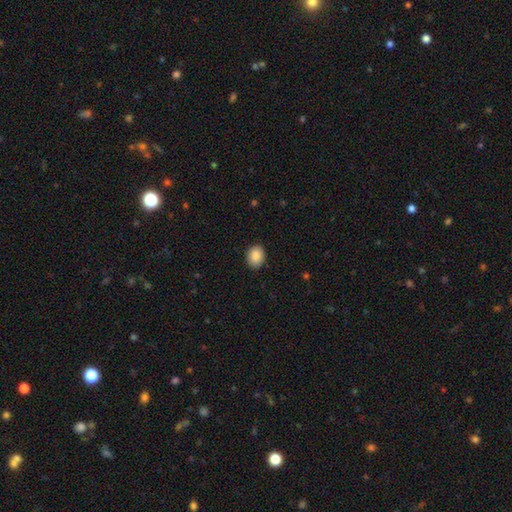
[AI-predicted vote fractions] Smooth or featured? Predicted: smooth (p=0.89). How rounded? Predicted: in between (p=0.58). Merging? Predicted: none (p=0.89).